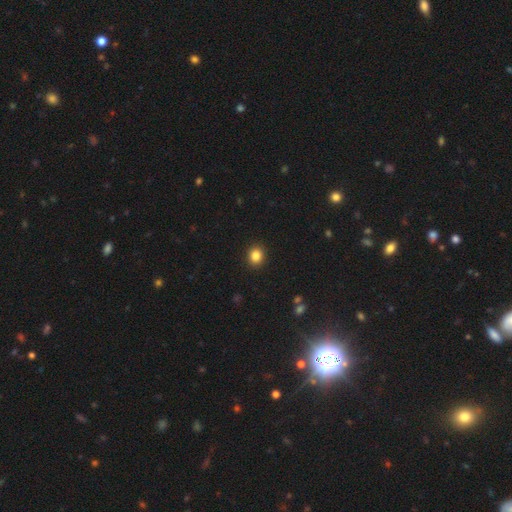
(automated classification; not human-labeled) Morphology: type=smooth (86%); roundness=round (74%); merging=none (92%).